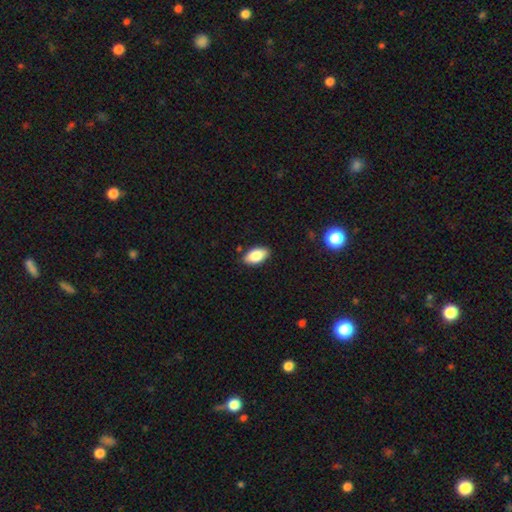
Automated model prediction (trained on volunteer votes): Overall: smooth (84%). How rounded: in between (94%). Merging: none (86%).